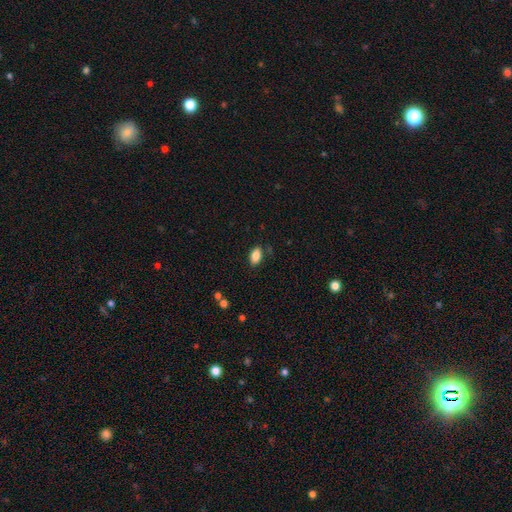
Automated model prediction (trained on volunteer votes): Q: Smooth or featured?
A: smooth (85%); runner-up: star or artifact (9%)
Q: How rounded?
A: in between (91%); runner-up: round (6%)
Q: Merging?
A: none (81%); runner-up: minor disturbance (13%)